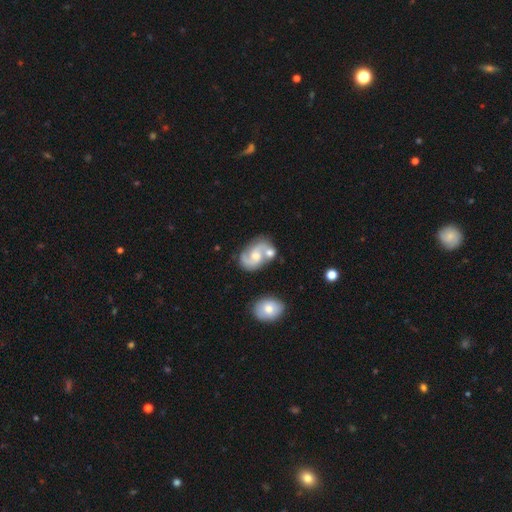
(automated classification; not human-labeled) The model was most divided on "bar": no: 54%, weak: 40%, strong: 7%. More confident: edge-on disk — no (97%); spiral arms — yes (94%); spiral arm count — 2 (88%); smooth or featured — featured or disk (79%); bulge size — moderate (58%); spiral winding — medium (54%); merging — none (50%).